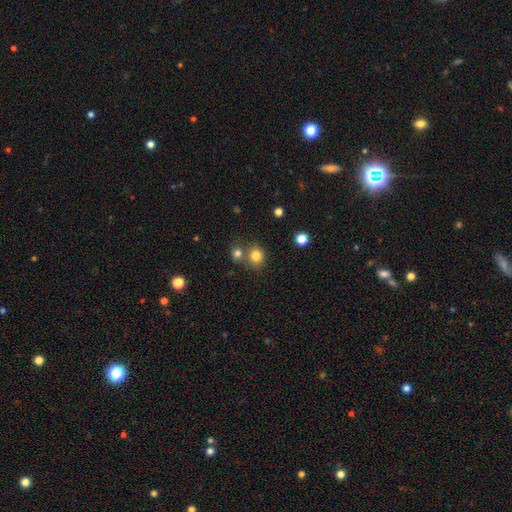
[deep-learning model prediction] This appears to be a smooth galaxy with no disk features (81%) that is round (78%). Merging: none (62%).